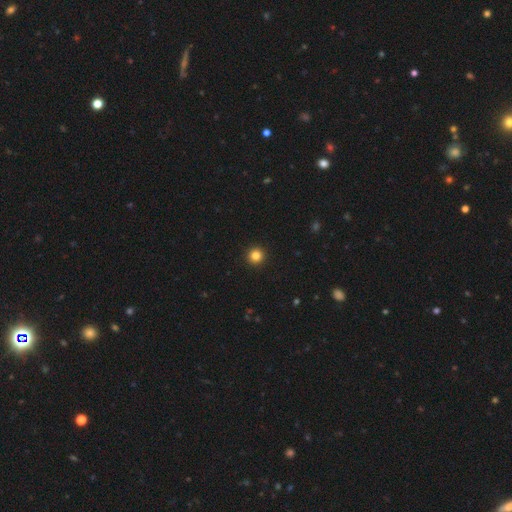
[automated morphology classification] This appears to be a smooth galaxy with no disk features (83%) that is round (96%). Merging: none (94%).